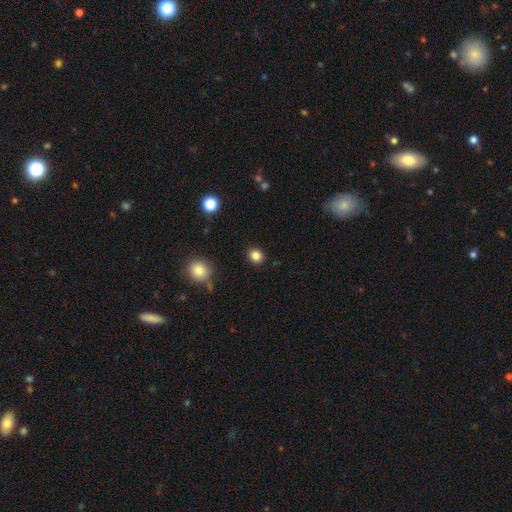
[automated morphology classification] This appears to be a smooth galaxy with no disk features (85%) that is round (75%). Merging: none (89%).